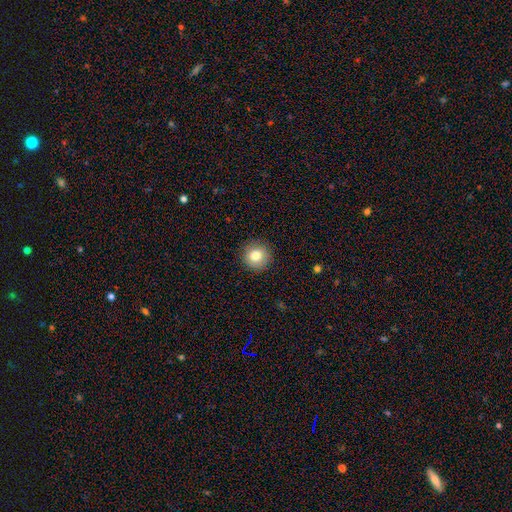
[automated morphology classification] A smooth galaxy with no disk features (81%) that is round (94%). Merging: none (91%).